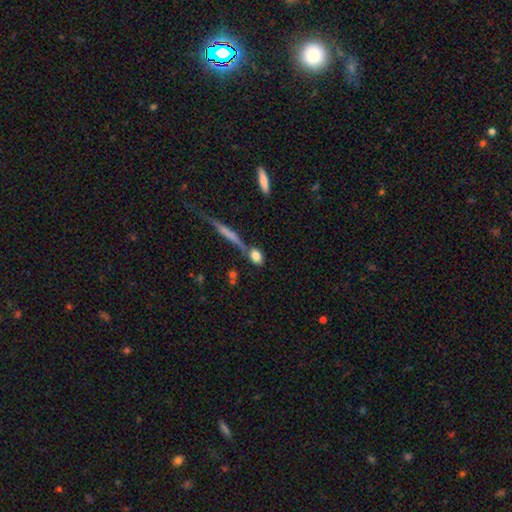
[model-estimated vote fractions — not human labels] A smooth galaxy with no disk features (79%) that is in between round and cigar-shaped (68%).

Vote fractions:
- Smooth or featured? smooth: 79% / featured or disk: 13% / star or artifact: 8%
- How rounded? in between: 68% / round: 20% / cigar-shaped: 12%
- Merging? none: 59% / merger: 20% / minor disturbance: 15% / major disturbance: 6%